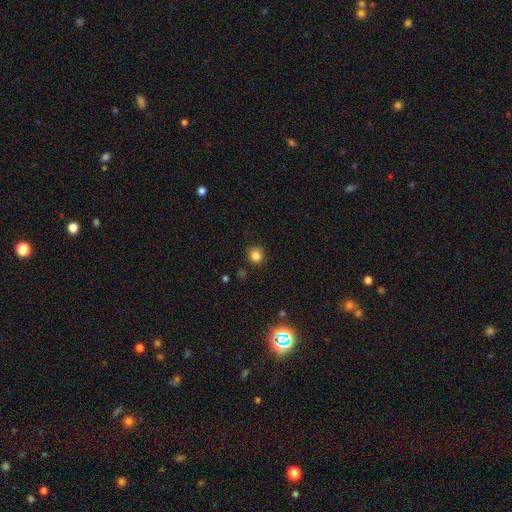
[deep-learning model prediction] This is clearly a smooth galaxy (84%). How rounded: clearly round (88%). Merging: clearly none (87%).